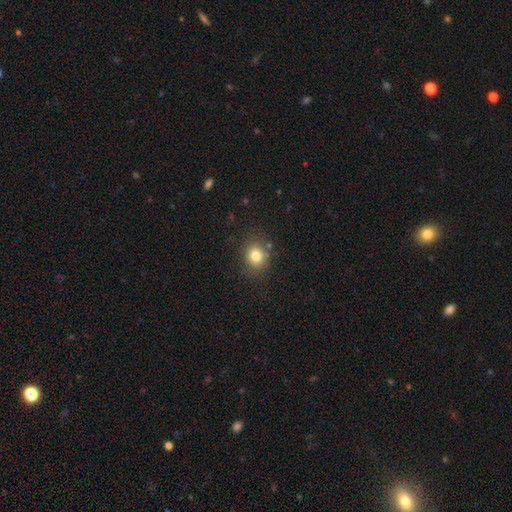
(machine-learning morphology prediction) Q: Smooth or featured?
A: smooth (80%); runner-up: star or artifact (12%)
Q: How rounded?
A: round (75%); runner-up: in between (24%)
Q: Merging?
A: none (81%); runner-up: minor disturbance (12%)